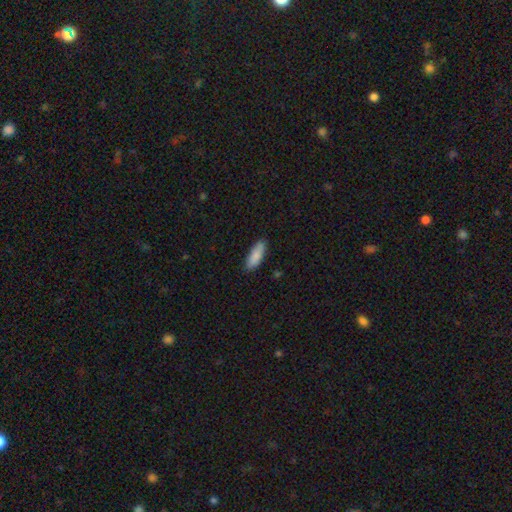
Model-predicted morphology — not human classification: Smooth or featured? smooth (85%)
How rounded? in between (67%)
Merging? none (87%)